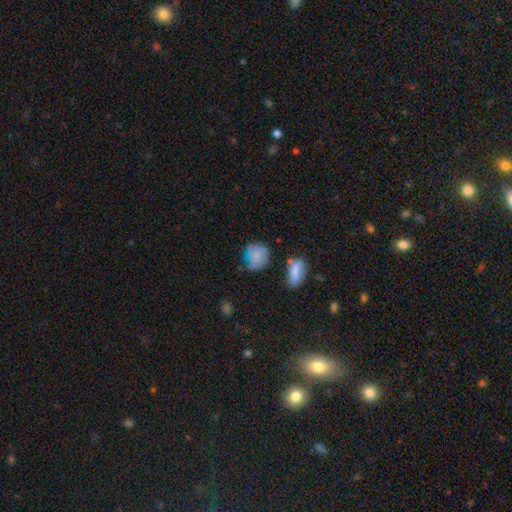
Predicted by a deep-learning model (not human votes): This is likely a smooth galaxy (72%). How rounded: likely round (65%). Merging: possibly none (57%).